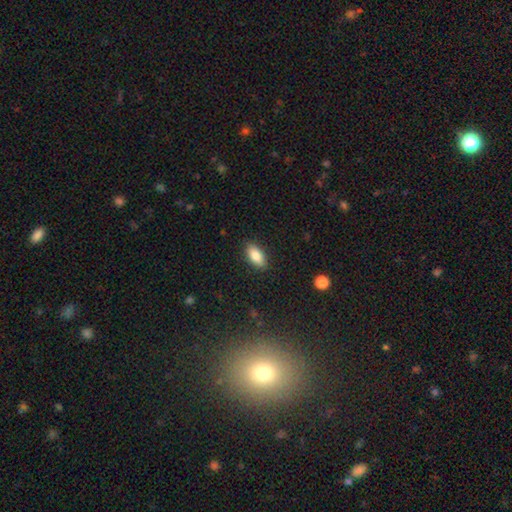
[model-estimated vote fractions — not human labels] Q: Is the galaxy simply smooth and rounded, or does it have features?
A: smooth — 84%.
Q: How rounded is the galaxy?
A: in between — 89%.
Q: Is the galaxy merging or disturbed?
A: none — 88%.